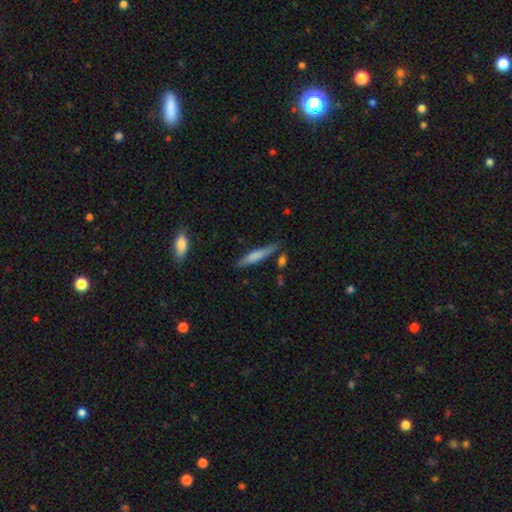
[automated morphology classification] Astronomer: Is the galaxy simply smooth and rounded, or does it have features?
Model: smooth — 60%.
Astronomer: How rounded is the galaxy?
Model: cigar-shaped — 89%.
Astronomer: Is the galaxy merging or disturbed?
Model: none — 82%.